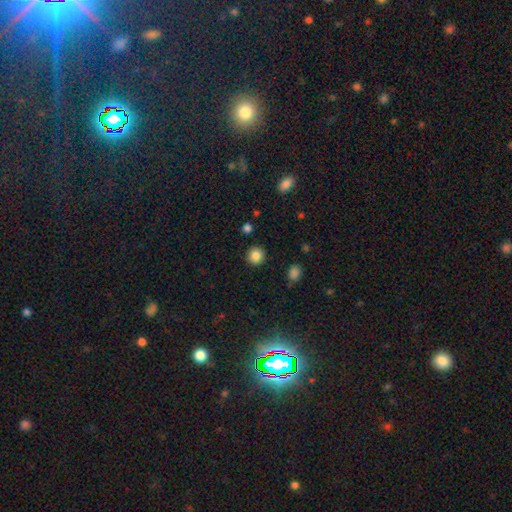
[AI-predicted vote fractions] smooth 85%, star or artifact 10%, featured or disk 5%. Down the decision tree: how rounded — round (91%); merging — none (91%).